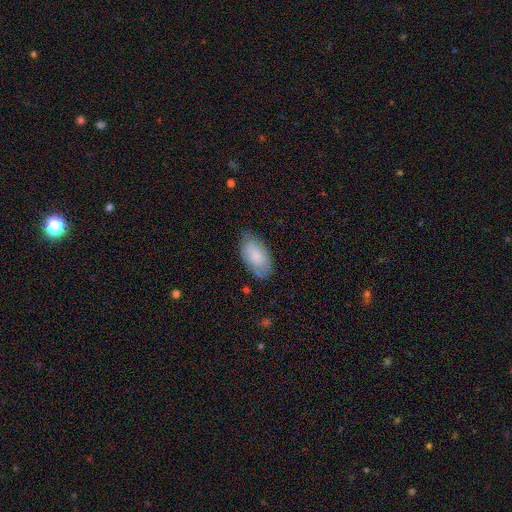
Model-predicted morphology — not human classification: smooth_or_featured: smooth (p=0.73) [alt: featured or disk p=0.21]
how_rounded: in between (p=0.95) [alt: round p=0.03]
merging: none (p=0.70) [alt: minor disturbance p=0.23]